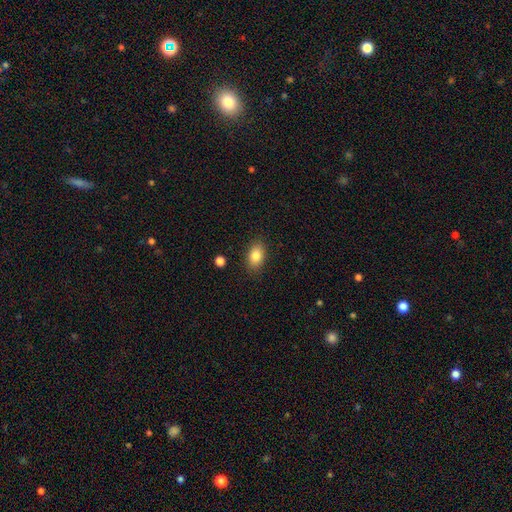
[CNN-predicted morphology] smooth 84%, featured or disk 8%, star or artifact 8%. Down the decision tree: how rounded — in between (88%); merging — none (86%).